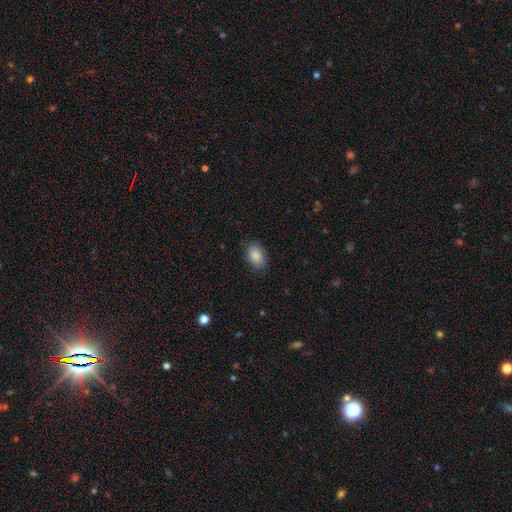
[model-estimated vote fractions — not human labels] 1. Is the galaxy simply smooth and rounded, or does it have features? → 87% smooth, 7% star or artifact, 6% featured or disk.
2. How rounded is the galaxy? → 86% in between, 13% round, 1% cigar-shaped.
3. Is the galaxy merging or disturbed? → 83% none, 13% minor disturbance, 3% major disturbance, 1% merger.